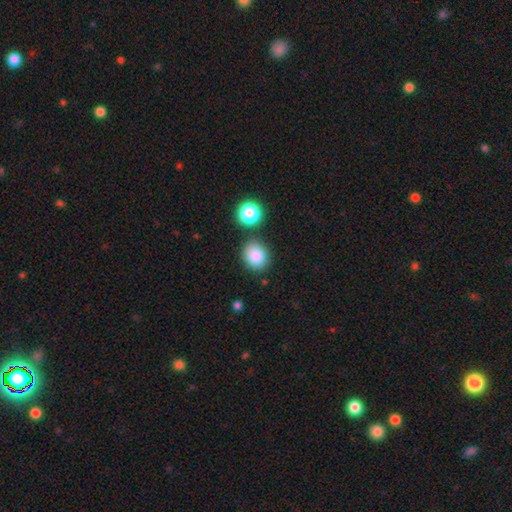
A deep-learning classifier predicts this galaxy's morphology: smooth 85%, star or artifact 9%, featured or disk 5%. Down the decision tree: how rounded — round (72%); merging — none (77%).